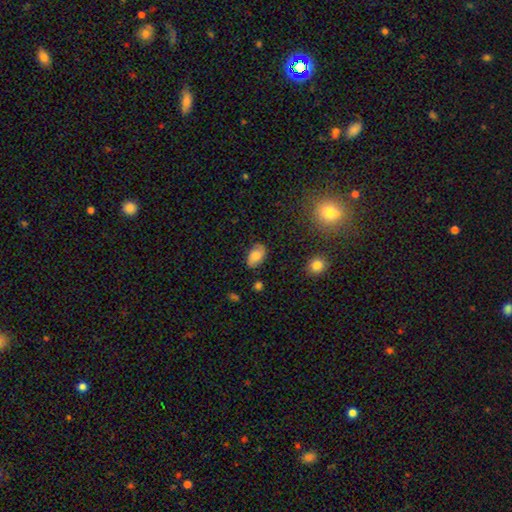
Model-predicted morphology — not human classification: Q: Smooth or featured?
A: smooth (73%); runner-up: featured or disk (18%)
Q: How rounded?
A: in between (91%); runner-up: round (8%)
Q: Merging?
A: none (77%); runner-up: minor disturbance (18%)